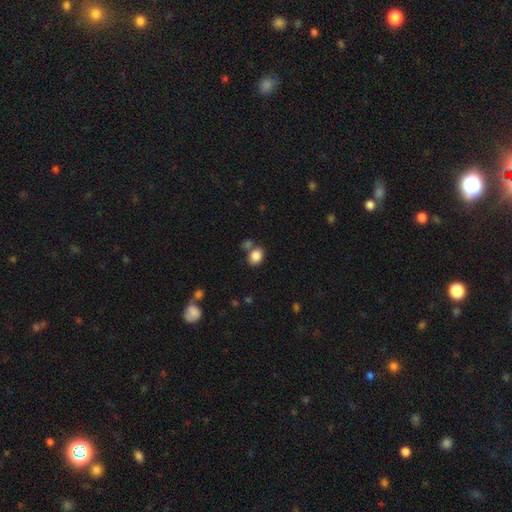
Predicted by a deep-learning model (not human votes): Overall: smooth (85%). How rounded: in between (58%; round 41%). Merging: none (61%).